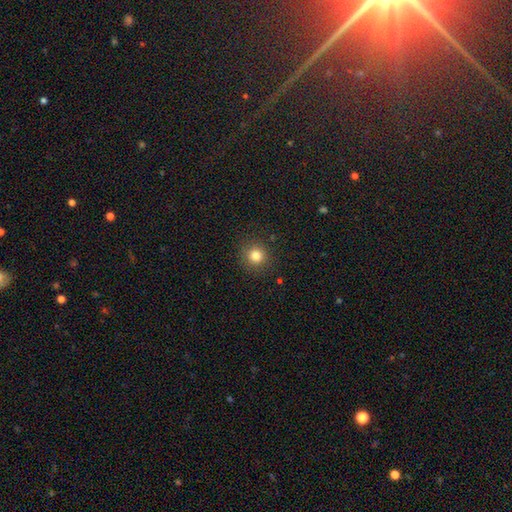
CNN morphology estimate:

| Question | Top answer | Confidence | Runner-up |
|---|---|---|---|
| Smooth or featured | smooth | 81% | star or artifact (13%) |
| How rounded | round | 93% | in between (6%) |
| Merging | none | 90% | minor disturbance (7%) |